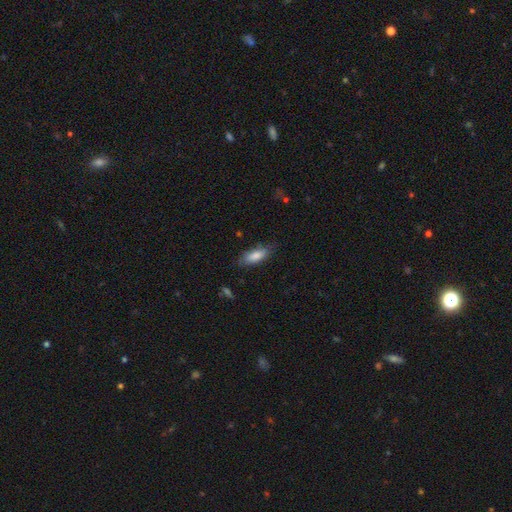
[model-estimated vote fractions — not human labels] Morphology: type=smooth (80%); roundness=in between (70%); merging=none (72%).